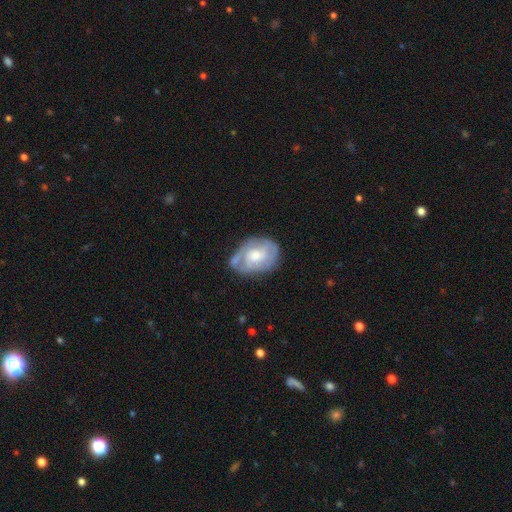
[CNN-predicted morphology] smooth-or-featured: featured or disk: 71% | smooth: 23% | star or artifact: 6%
  disk-edge-on: no: 97% | yes: 3%
    bar: no: 70% | weak: 26% | strong: 4%
    has-spiral-arms: yes: 81% | no: 19%
      spiral-winding: tight: 55% | medium: 34% | loose: 11%
      spiral-arm-count: can't tell: 37% | 2: 31% | 3: 17% | 1: 6% | 4: 5% | more than 4: 3%
    bulge-size: moderate: 53% | small: 22% | large: 18% | none: 5% | dominant: 2%
  merging: none: 62% | minor disturbance: 25% | major disturbance: 10% | merger: 3%